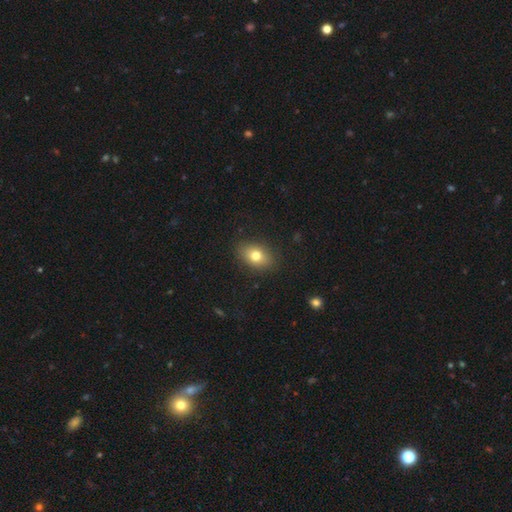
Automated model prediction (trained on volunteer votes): A smooth galaxy with no disk features (77%) that is in between round and cigar-shaped (77%).

Vote fractions:
- Smooth or featured? smooth: 77% / featured or disk: 13% / star or artifact: 10%
- How rounded? in between: 77% / round: 22% / cigar-shaped: 2%
- Merging? none: 86% / minor disturbance: 10% / major disturbance: 3% / merger: 1%